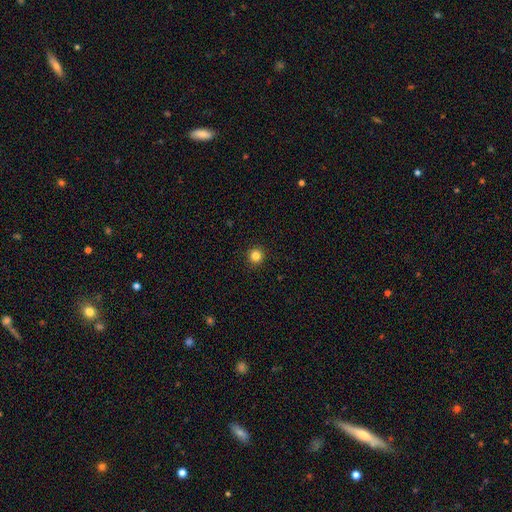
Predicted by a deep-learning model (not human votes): The model was most divided on "smooth or featured": smooth: 84%, star or artifact: 12%, featured or disk: 4%. More confident: how rounded — round (96%); merging — none (93%).